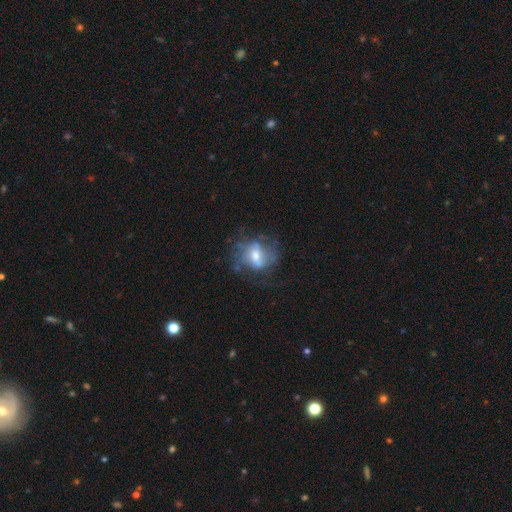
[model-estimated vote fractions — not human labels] Smooth or featured? featured or disk (57%)
Edge-on disk? no (96%)
Bar? no (44%)
Spiral arms? yes (53%)
Bulge size? moderate (61%)
Merging? none (48%)